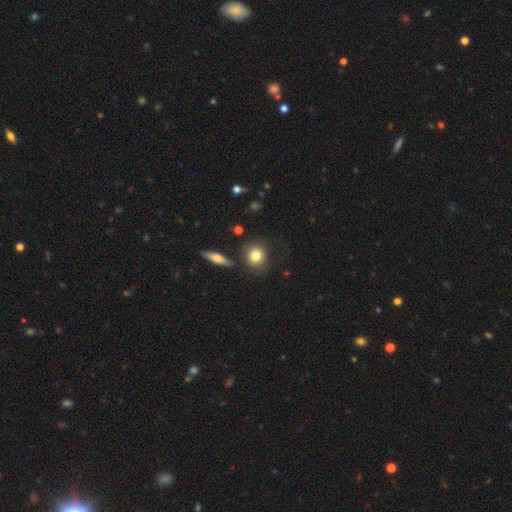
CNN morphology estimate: Smooth or featured?
  - smooth: 79% *
  - featured or disk: 12%
  - star or artifact: 9%
How rounded?
  - round: 81% *
  - in between: 17%
  - cigar-shaped: 2%
Merging?
  - none: 77% *
  - minor disturbance: 13%
  - merger: 5%
  - major disturbance: 4%